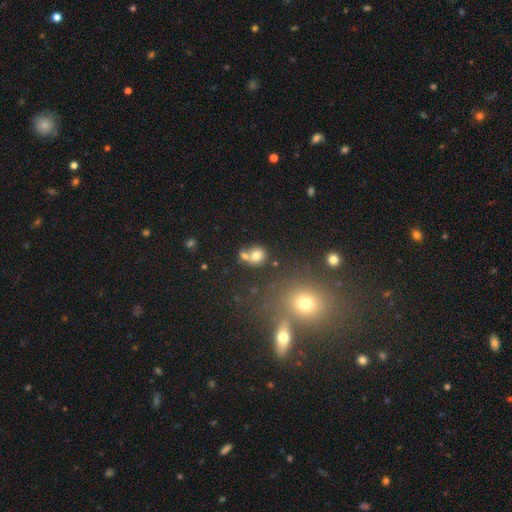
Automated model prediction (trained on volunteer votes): smooth_or_featured: smooth (p=0.73) [alt: star or artifact p=0.14]
how_rounded: round (p=0.63) [alt: in between p=0.36]
merging: none (p=0.42) [tied with: merger p=0.42]